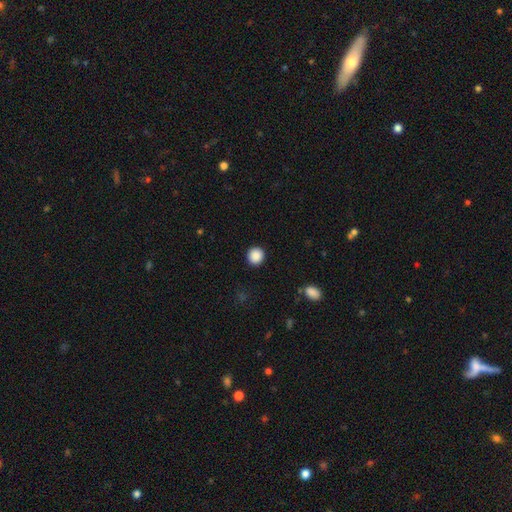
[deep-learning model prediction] This appears to be a smooth galaxy with no disk features (89%) that is round (93%). Merging: none (92%).